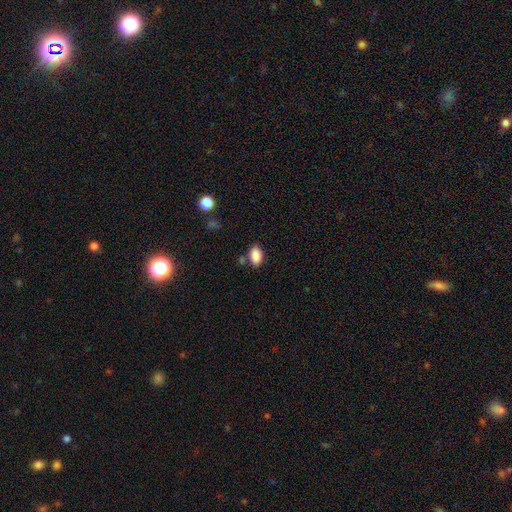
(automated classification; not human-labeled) Morphology: type=smooth (89%); roundness=in between (90%); merging=none (76%).